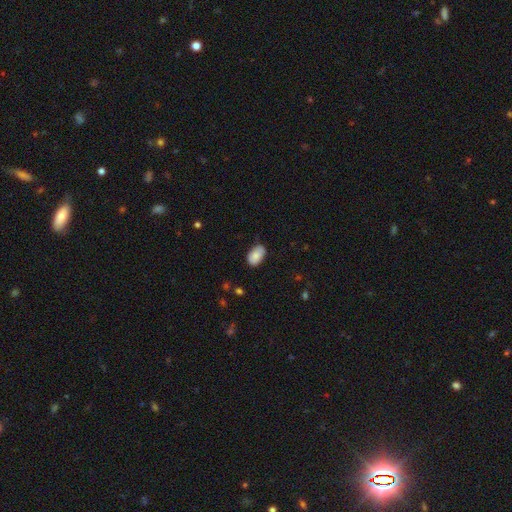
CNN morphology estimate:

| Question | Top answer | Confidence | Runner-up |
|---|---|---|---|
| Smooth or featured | smooth | 82% | featured or disk (11%) |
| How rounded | in between | 92% | round (7%) |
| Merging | none | 74% | minor disturbance (21%) |